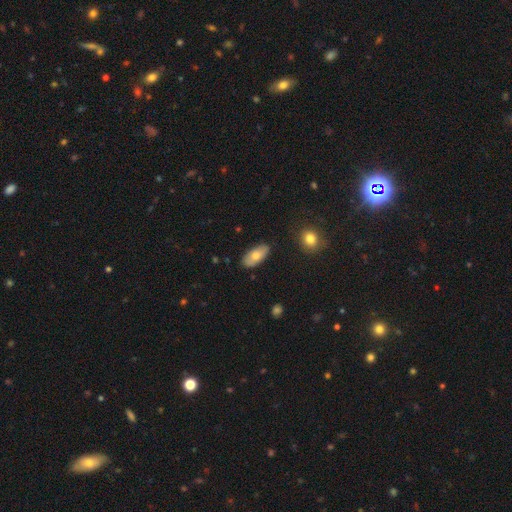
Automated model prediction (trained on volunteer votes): smooth_or_featured: smooth (p=0.72) [alt: featured or disk p=0.22]
how_rounded: in between (p=0.89) [alt: cigar-shaped p=0.08]
merging: none (p=0.84) [alt: minor disturbance p=0.12]